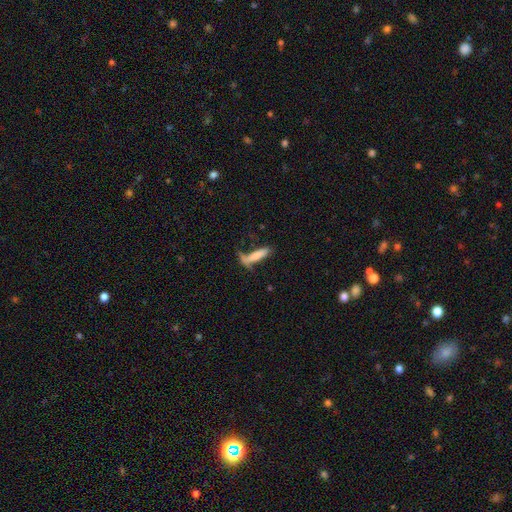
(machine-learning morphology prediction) Q: Smooth or featured?
A: smooth (70%); runner-up: featured or disk (22%)
Q: How rounded?
A: cigar-shaped (80%); runner-up: in between (18%)
Q: Merging?
A: none (42%); runner-up: minor disturbance (21%)